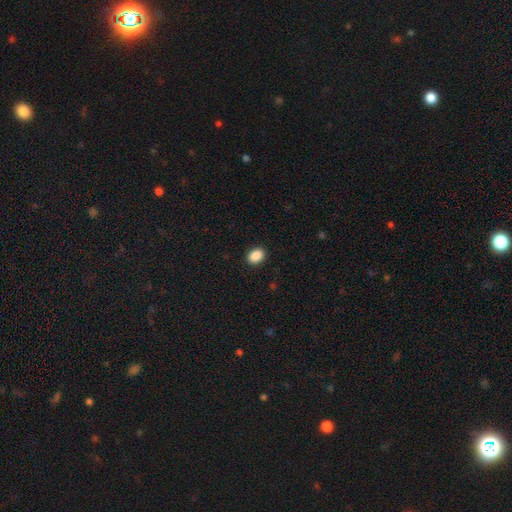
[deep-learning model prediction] Smooth or featured? smooth (90%)
How rounded? in between (68%)
Merging? none (90%)